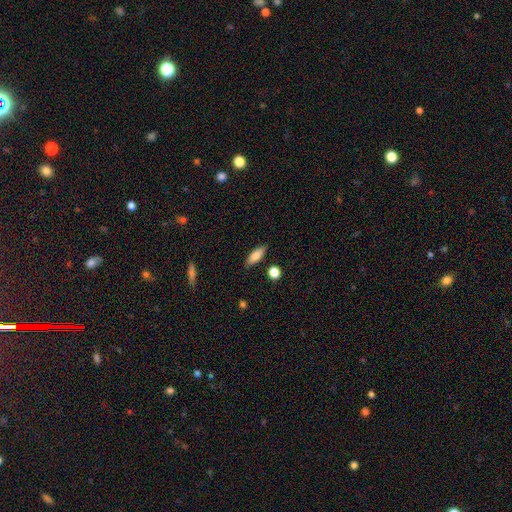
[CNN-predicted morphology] smooth 80%, featured or disk 13%, star or artifact 7%. Down the decision tree: how rounded — in between (66%); merging — none (83%).